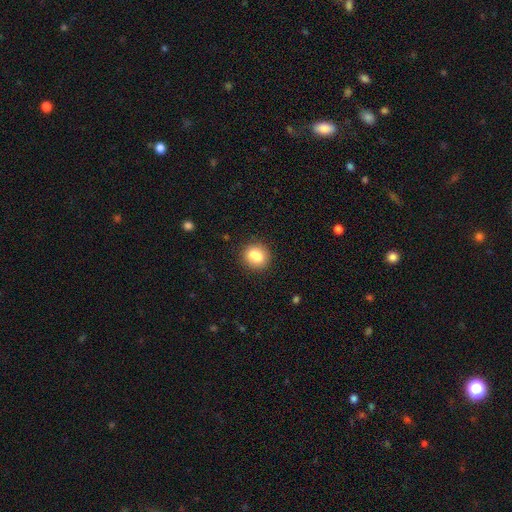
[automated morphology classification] This is likely a smooth galaxy (77%). How rounded: likely round (76%). Merging: likely none (65%).